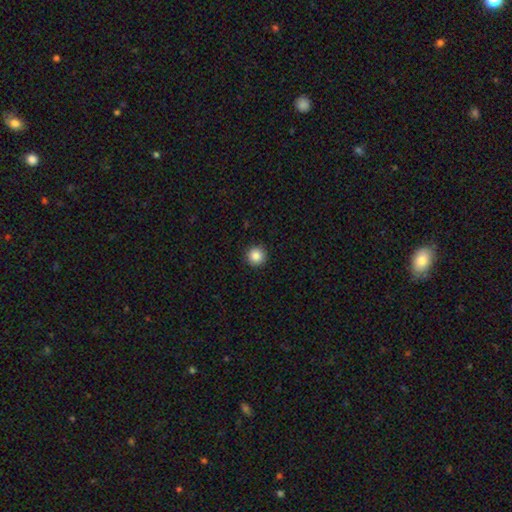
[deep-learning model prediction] Smooth or featured? smooth (86%)
How rounded? round (96%)
Merging? none (92%)